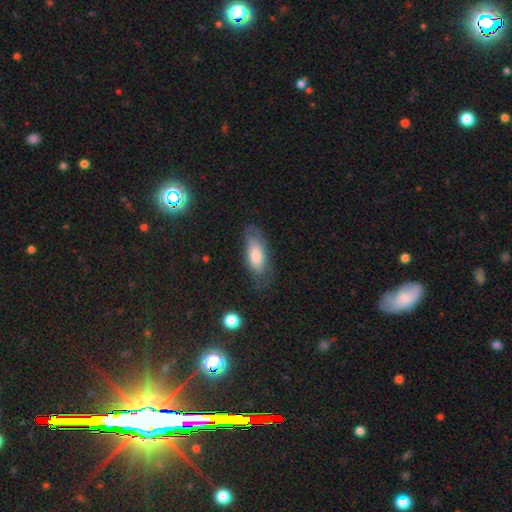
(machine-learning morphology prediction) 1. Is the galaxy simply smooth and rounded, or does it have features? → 65% smooth, 27% featured or disk, 8% star or artifact.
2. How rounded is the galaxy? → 80% in between, 17% cigar-shaped, 3% round.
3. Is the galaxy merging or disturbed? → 60% none, 26% minor disturbance, 12% major disturbance, 2% merger.